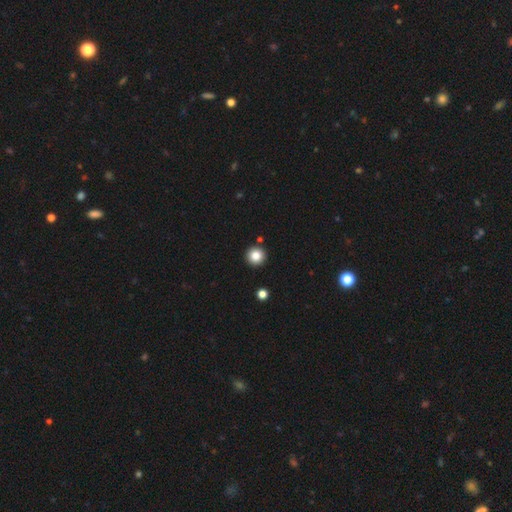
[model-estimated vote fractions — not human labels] Overall: smooth (84%). How rounded: round (95%). Merging: none (90%).